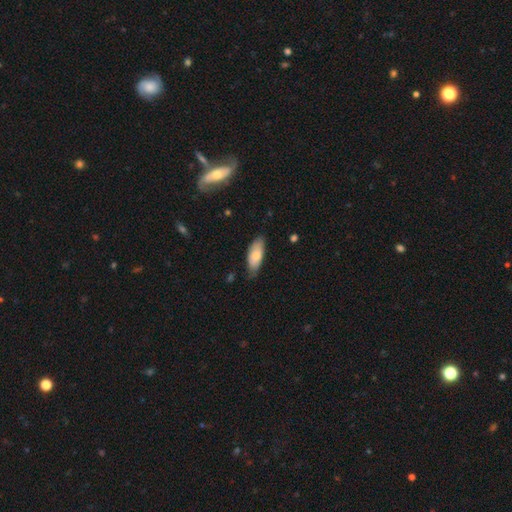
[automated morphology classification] Smooth or featured: smooth — 76% (featured or disk — 18%)
How rounded: in between — 80% (cigar-shaped — 18%)
Merging: none — 73% (minor disturbance — 23%)